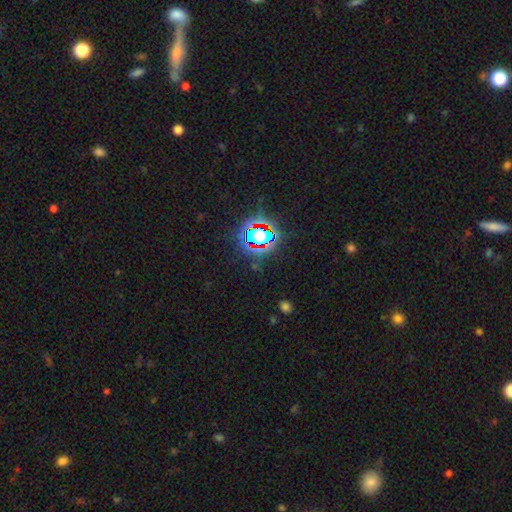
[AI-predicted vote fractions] Smooth or featured: star or artifact — 81% (smooth — 12%)